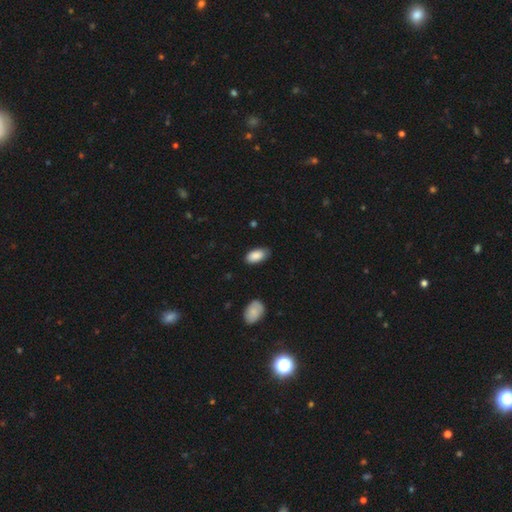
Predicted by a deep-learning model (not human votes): A smooth galaxy with no disk features (88%) that is in between round and cigar-shaped (94%).

Vote fractions:
- Smooth or featured? smooth: 88% / star or artifact: 7% / featured or disk: 6%
- How rounded? in between: 94% / cigar-shaped: 3% / round: 3%
- Merging? none: 80% / minor disturbance: 16% / major disturbance: 3% / merger: 1%